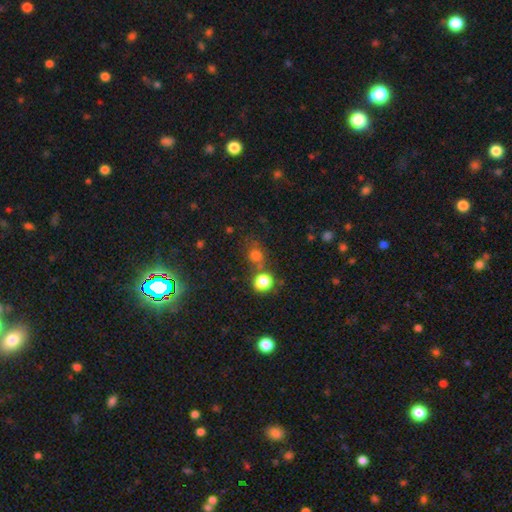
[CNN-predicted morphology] A smooth galaxy with no disk features (66%) that is round (73%).

Vote fractions:
- Smooth or featured? smooth: 66% / star or artifact: 26% / featured or disk: 8%
- How rounded? round: 73% / in between: 25% / cigar-shaped: 1%
- Merging? none: 62% / merger: 20% / minor disturbance: 12% / major disturbance: 6%